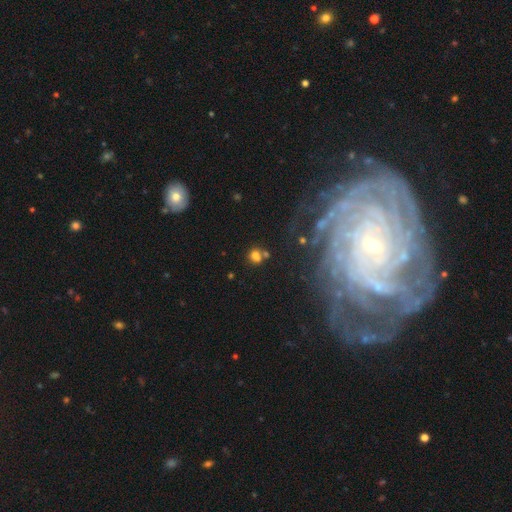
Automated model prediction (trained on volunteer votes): Morphology: type=smooth (67%); roundness=round (73%); merging=none (58%).